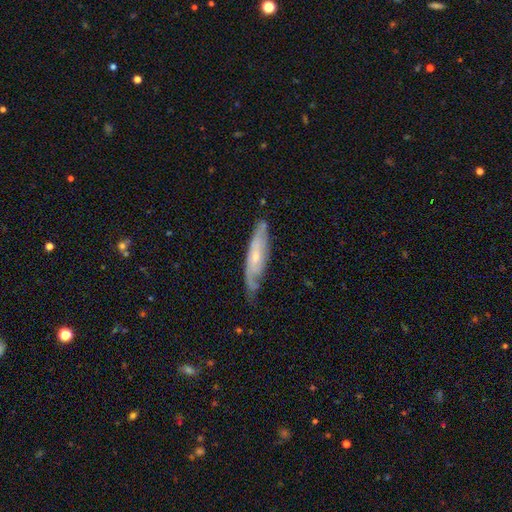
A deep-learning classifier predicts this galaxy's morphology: featured or disk 68%, smooth 26%, star or artifact 6%. Down the decision tree: edge-on disk — no (59%); merging — none (68%).